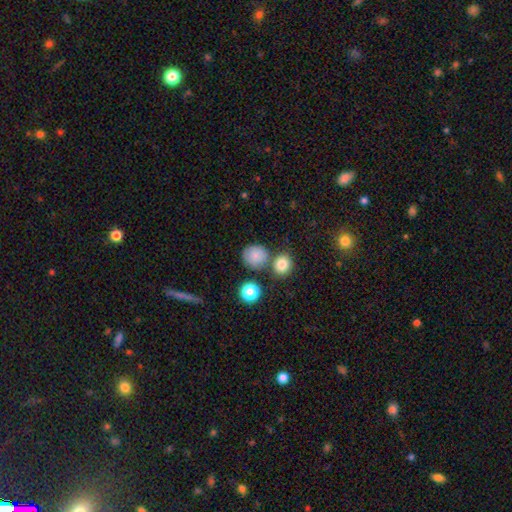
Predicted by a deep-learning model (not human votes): Smooth or featured?
  - smooth: 82% *
  - star or artifact: 11%
  - featured or disk: 6%
How rounded?
  - round: 87% *
  - in between: 12%
  - cigar-shaped: 1%
Merging?
  - none: 69% *
  - merger: 16%
  - minor disturbance: 11%
  - major disturbance: 4%